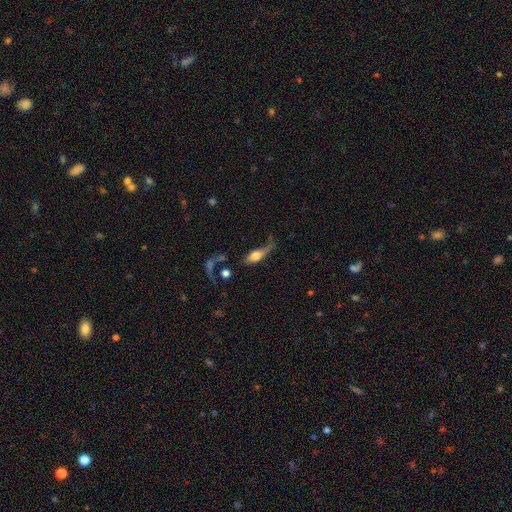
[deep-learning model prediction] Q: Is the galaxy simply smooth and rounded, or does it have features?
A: smooth — 55%.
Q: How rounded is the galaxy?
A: in between — 60%.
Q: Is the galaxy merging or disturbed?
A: none — 38%.